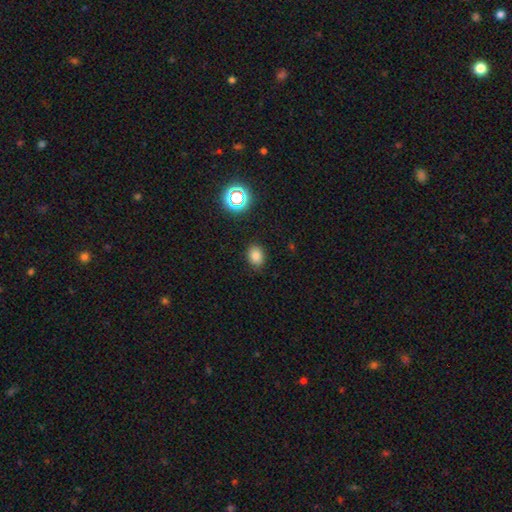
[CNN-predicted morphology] This is likely a smooth galaxy (79%). How rounded: possibly in between (58%). Merging: clearly none (85%).